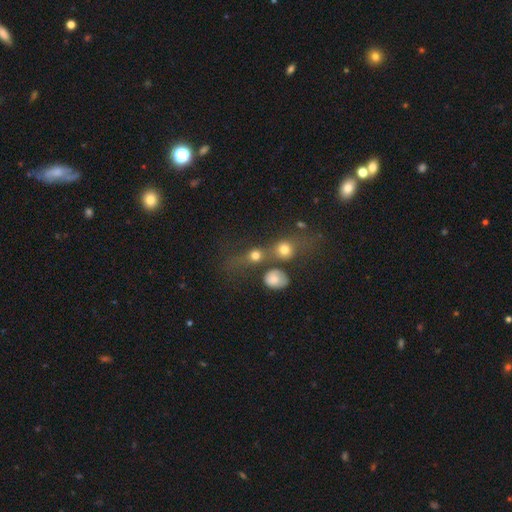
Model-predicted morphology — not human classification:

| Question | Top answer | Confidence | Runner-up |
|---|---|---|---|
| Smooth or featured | smooth | 65% | featured or disk (18%) |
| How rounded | round | 69% | in between (25%) |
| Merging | merger | 44% | none (33%) |